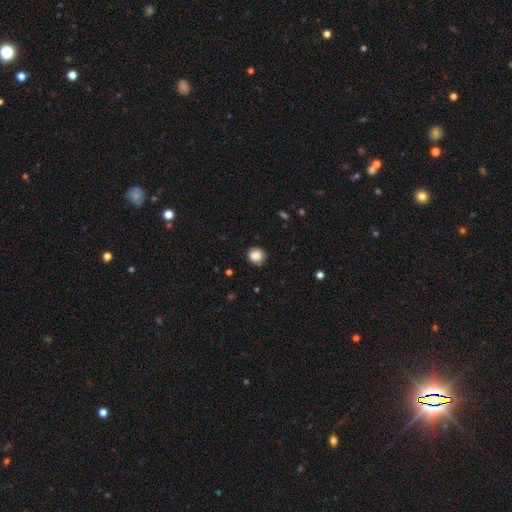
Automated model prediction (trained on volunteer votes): Smooth or featured: smooth — 86% (star or artifact — 9%)
How rounded: round — 86% (in between — 13%)
Merging: none — 83% (minor disturbance — 13%)